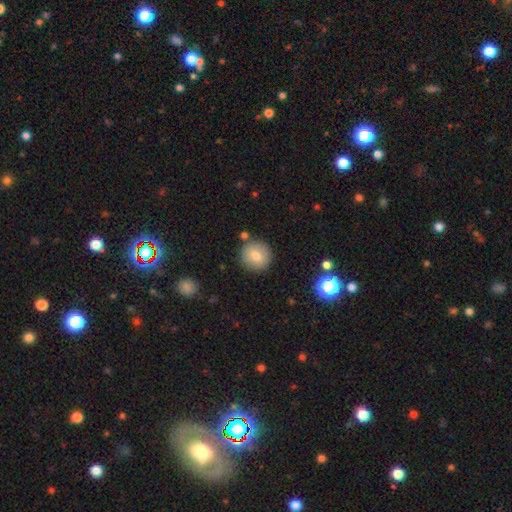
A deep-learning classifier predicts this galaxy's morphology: A smooth galaxy with no disk features (80%) that is round (93%). Merging: none (85%).